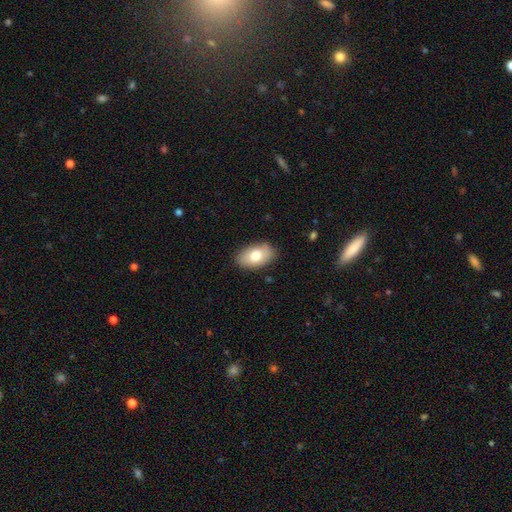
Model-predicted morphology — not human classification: Smooth or featured? Predicted: smooth (p=0.76). How rounded? Predicted: in between (p=0.93). Merging? Predicted: none (p=0.85).